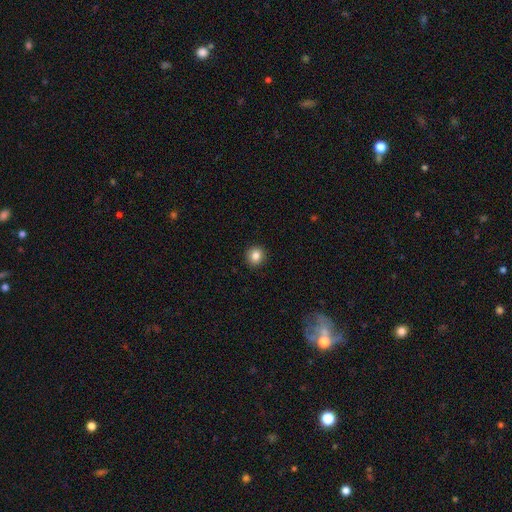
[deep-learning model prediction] A smooth galaxy with no disk features (85%) that is round (89%).

Vote fractions:
- Smooth or featured? smooth: 85% / star or artifact: 10% / featured or disk: 5%
- How rounded? round: 89% / in between: 10% / cigar-shaped: 1%
- Merging? none: 92% / minor disturbance: 5% / major disturbance: 2% / merger: 1%